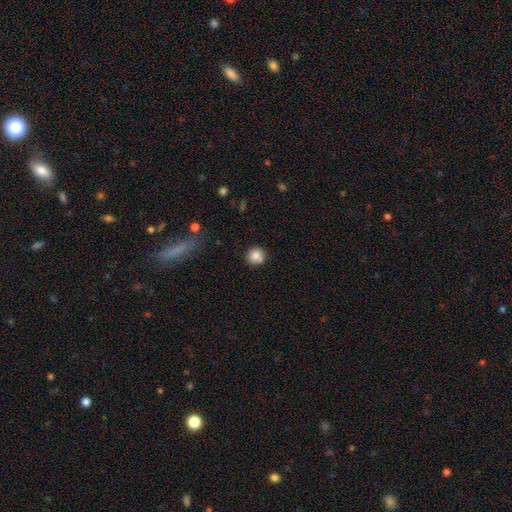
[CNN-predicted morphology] The model was most divided on "merging": none: 72%, minor disturbance: 15%, merger: 9%, major disturbance: 3%. More confident: how rounded — round (90%); smooth or featured — smooth (82%).